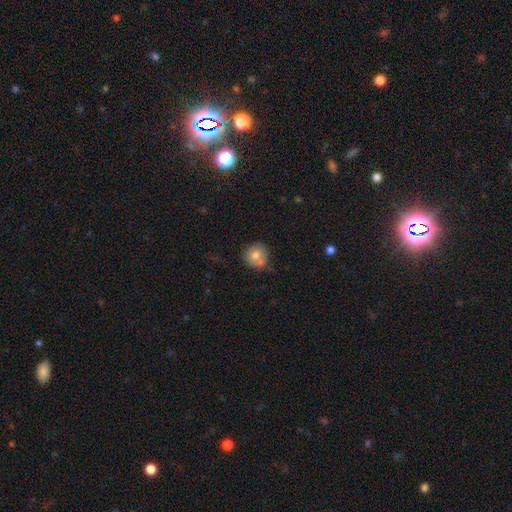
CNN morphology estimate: This is likely a smooth galaxy (76%). How rounded: clearly round (90%). Merging: likely none (64%).